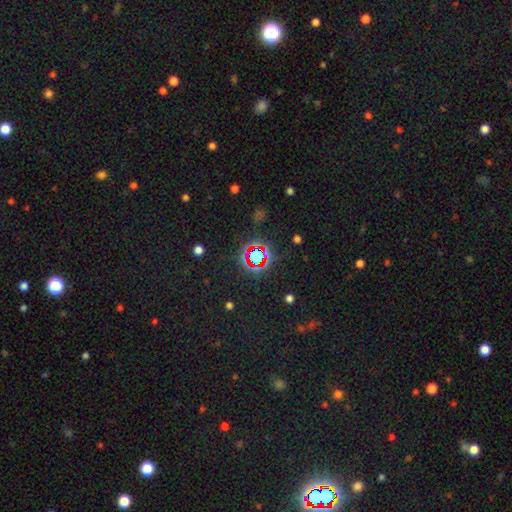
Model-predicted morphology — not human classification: Smooth or featured? Predicted: star or artifact (p=0.71).